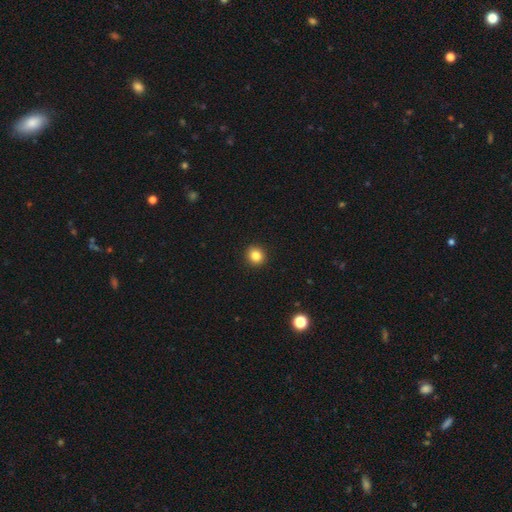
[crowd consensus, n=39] Morphology: type=smooth (87%); roundness=round (91%); merging=none (97%).